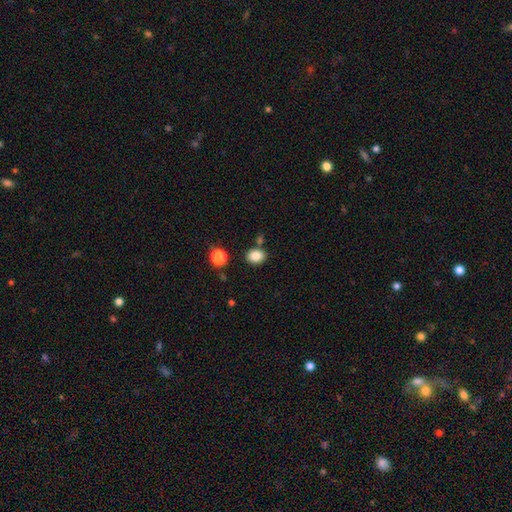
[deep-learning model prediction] This is clearly a smooth galaxy (85%). How rounded: possibly round (50%). Merging: likely none (77%).